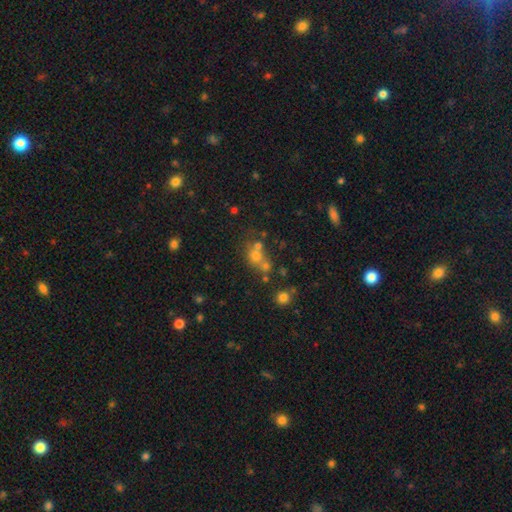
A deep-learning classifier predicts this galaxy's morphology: Smooth or featured: smooth — 61% (star or artifact — 22%)
How rounded: round — 73% (in between — 26%)
Merging: none — 42% (tied with merger — 42%)